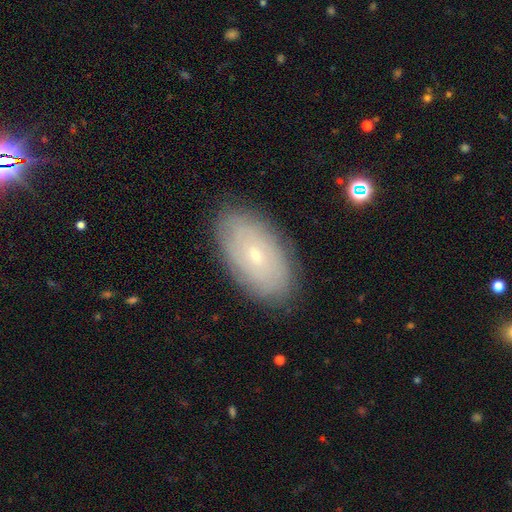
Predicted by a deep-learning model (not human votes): Morphology: type=featured or disk (55%); edge-on=no (92%); bar=no (81%); spiral arms=yes (67%); bulge=small (80%); merging=none (85%).